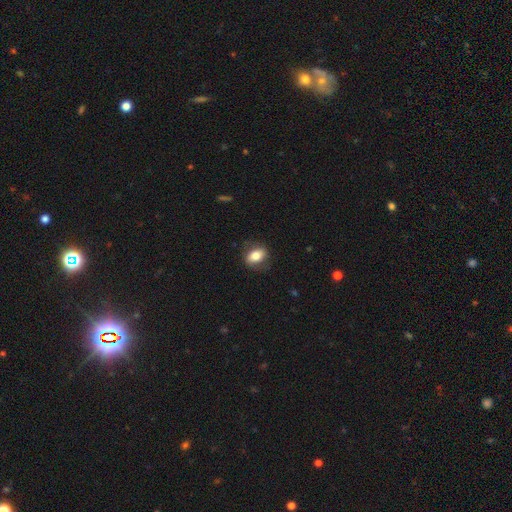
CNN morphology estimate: Smooth or featured? Predicted: smooth (p=0.76). How rounded? Predicted: in between (p=0.79). Merging? Predicted: none (p=0.78).